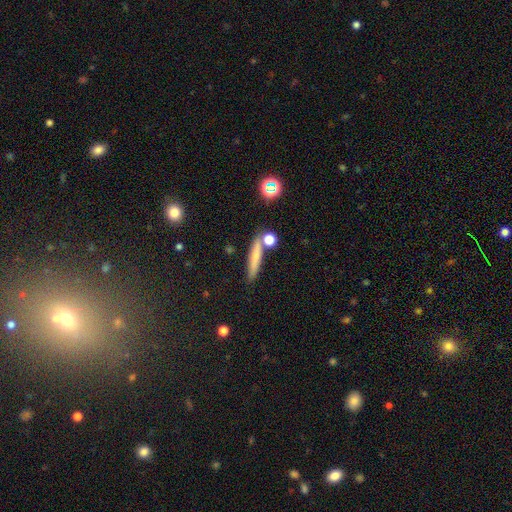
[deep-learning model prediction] Morphology: type=smooth (65%); roundness=cigar-shaped (83%); merging=none (75%).